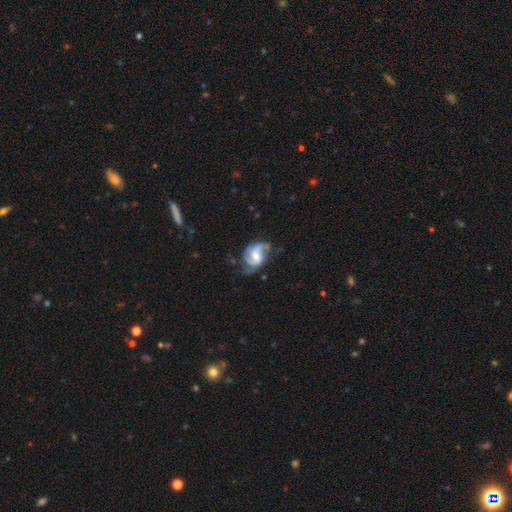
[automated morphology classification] smooth-or-featured: featured or disk: 78% | smooth: 16% | star or artifact: 6%
  disk-edge-on: no: 98% | yes: 2%
    bar: weak: 49% | no: 33% | strong: 18%
    has-spiral-arms: yes: 93% | no: 7%
      spiral-winding: medium: 48% | loose: 28% | tight: 24%
      spiral-arm-count: 2: 71% | 3: 10% | can't tell: 10% | 1: 5% | 4: 2% | more than 4: 2%
    bulge-size: moderate: 46% | small: 31% | large: 11% | none: 11% | dominant: 2%
  merging: none: 49% | minor disturbance: 27% | major disturbance: 21% | merger: 3%